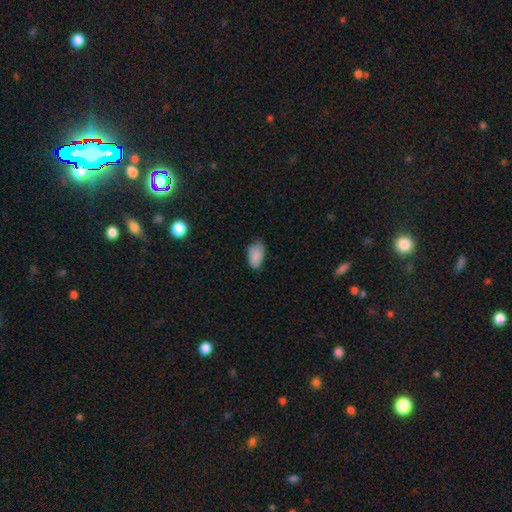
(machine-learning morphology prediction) type=smooth (85%); roundness=in between (93%); merging=none (66%).